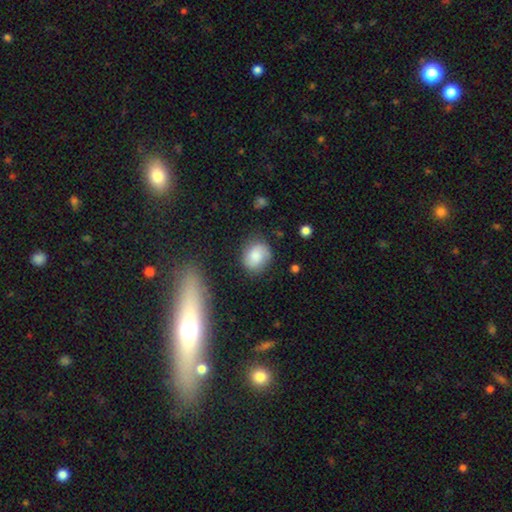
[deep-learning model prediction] smooth_or_featured: smooth (p=0.70) [alt: featured or disk p=0.21]
how_rounded: round (p=0.59) [alt: in between p=0.40]
merging: none (p=0.71) [alt: minor disturbance p=0.20]